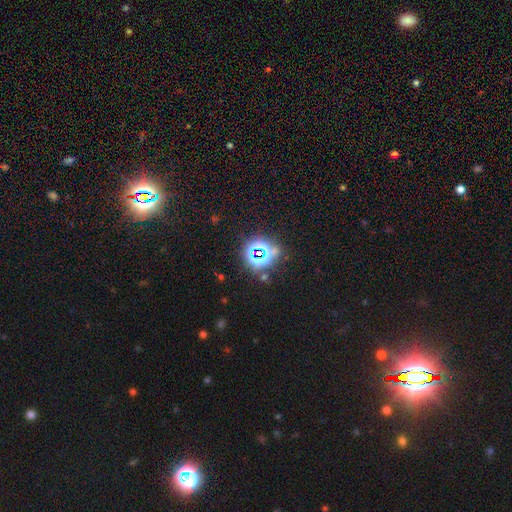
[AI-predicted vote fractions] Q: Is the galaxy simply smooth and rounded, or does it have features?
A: star or artifact — 76%.